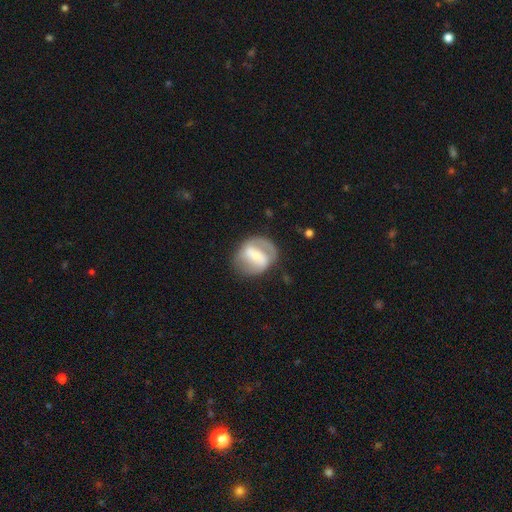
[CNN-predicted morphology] type=featured or disk (69%); edge-on=no (96%); bar=strong (51%); spiral arms=yes (73%); bulge=small (49%); merging=none (65%).